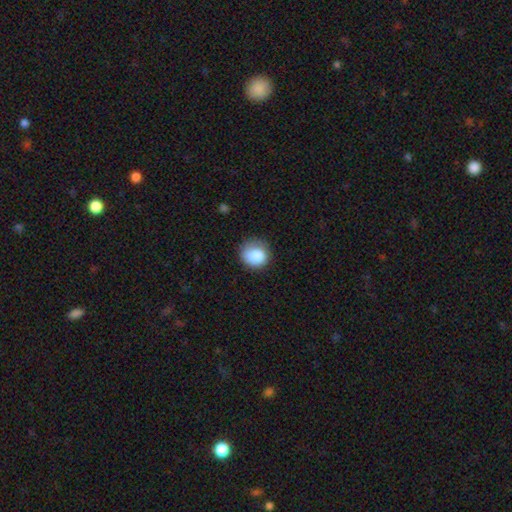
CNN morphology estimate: smooth_or_featured: smooth (p=0.86) [alt: star or artifact p=0.08]
how_rounded: round (p=0.84) [alt: in between p=0.15]
merging: none (p=0.72) [alt: minor disturbance p=0.21]